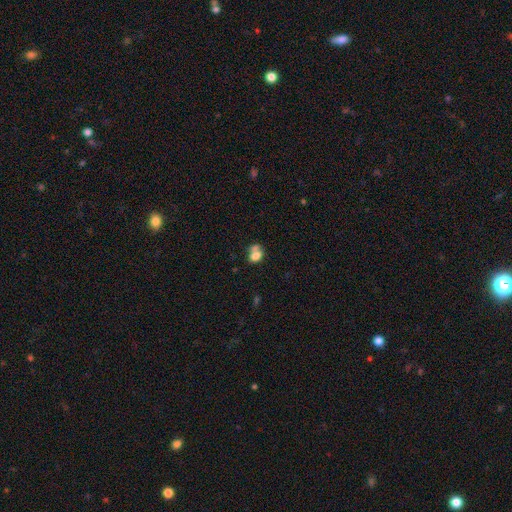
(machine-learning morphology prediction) Overall: smooth (72%). How rounded: in between (64%; round 34%). Merging: merger (49%; none 30%).